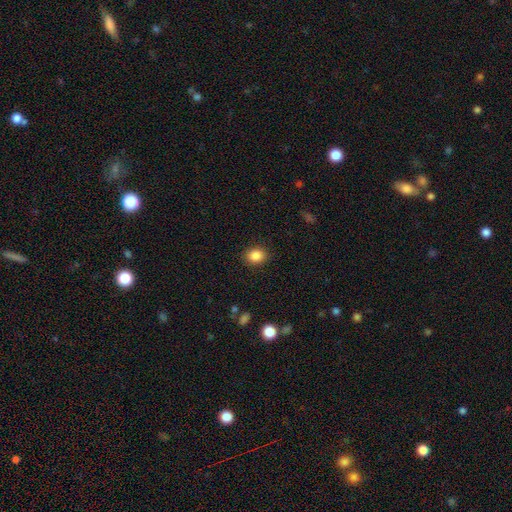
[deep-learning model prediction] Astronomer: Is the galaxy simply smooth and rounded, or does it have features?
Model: smooth — 87%.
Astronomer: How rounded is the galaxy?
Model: round — 56% (runner-up: in between, 43%).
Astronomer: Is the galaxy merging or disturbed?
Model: none — 89%.